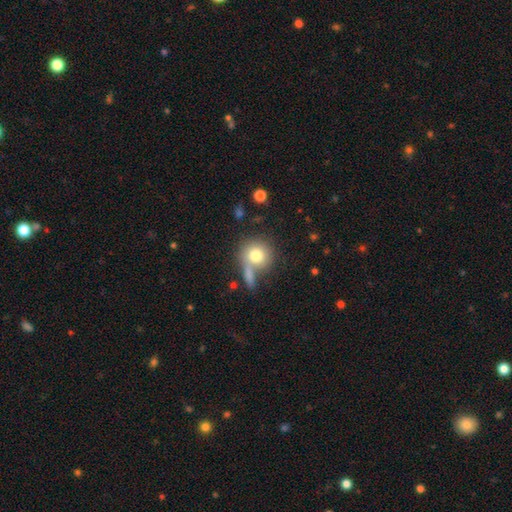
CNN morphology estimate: Q: Smooth or featured?
A: smooth (77%); runner-up: featured or disk (14%)
Q: How rounded?
A: round (88%); runner-up: in between (11%)
Q: Merging?
A: none (55%); runner-up: merger (25%)